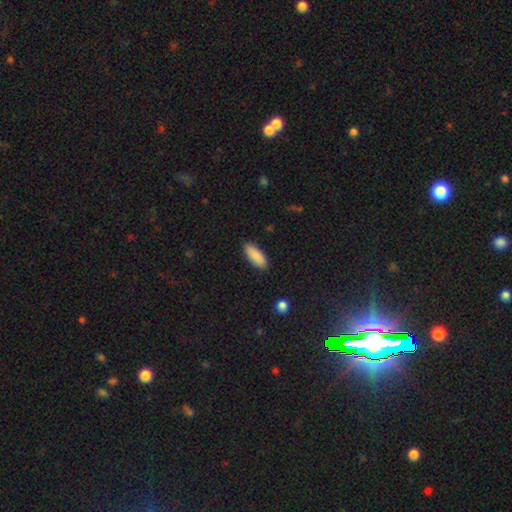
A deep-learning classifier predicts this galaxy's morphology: This appears to be a smooth galaxy with no disk features (89%) that is in between round and cigar-shaped (77%). Merging: none (89%).